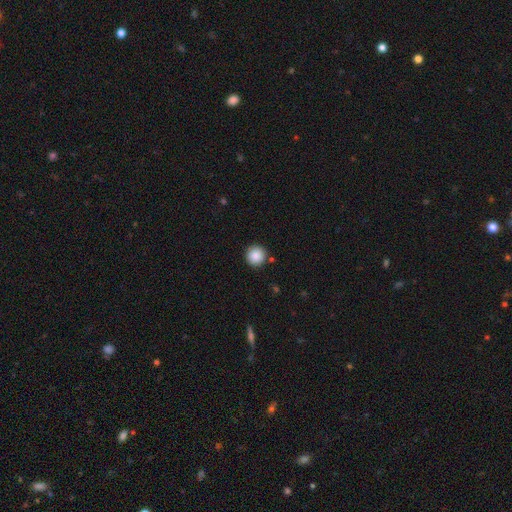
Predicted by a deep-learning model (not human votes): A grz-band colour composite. It shows a smooth galaxy with no disk features (88%) that is round (96%). Merging: none (90%).